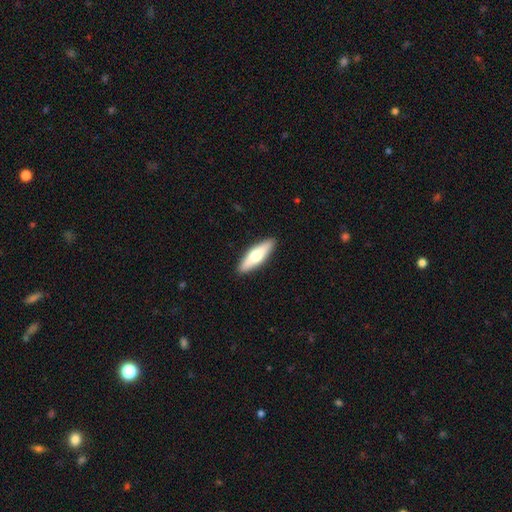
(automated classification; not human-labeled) This appears to be a smooth galaxy with no disk features (58%) that is cigar-shaped (55%). Merging: none (90%).